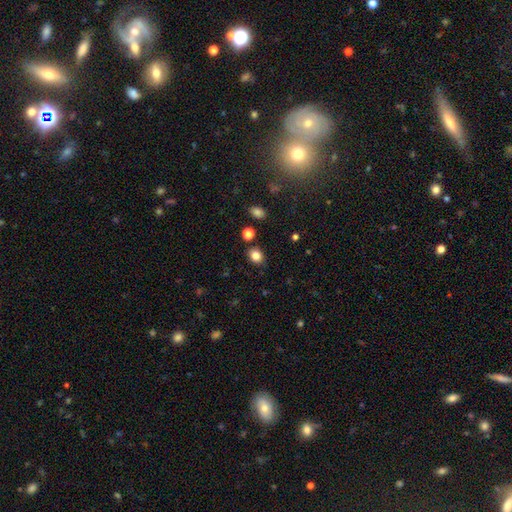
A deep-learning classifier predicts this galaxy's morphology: A smooth galaxy with no disk features (83%) that is round (55%). Merging: none (84%).